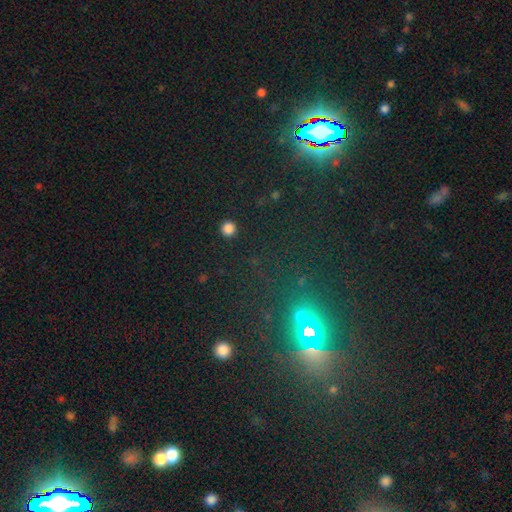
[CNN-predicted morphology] smooth-or-featured: star or artifact: 59% | smooth: 28% | featured or disk: 13%